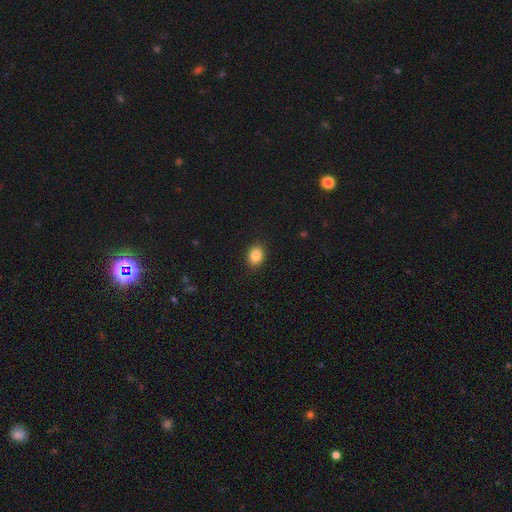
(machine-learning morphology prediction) Q: Smooth or featured?
A: smooth (86%); runner-up: star or artifact (9%)
Q: How rounded?
A: in between (56%); runner-up: round (43%)
Q: Merging?
A: none (90%); runner-up: minor disturbance (7%)